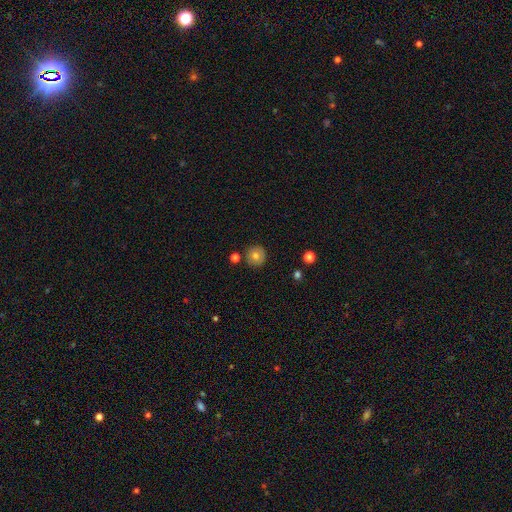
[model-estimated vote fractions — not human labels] smooth-or-featured: smooth: 74% | featured or disk: 16% | star or artifact: 10%
  how-rounded: round: 95% | in between: 4% | cigar-shaped: 1%
  merging: none: 87% | minor disturbance: 7% | merger: 4% | major disturbance: 2%